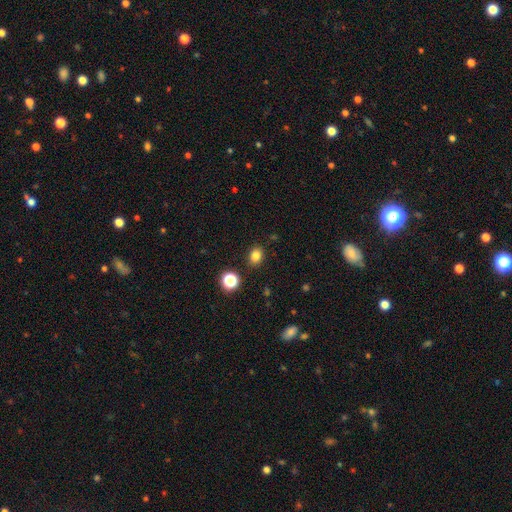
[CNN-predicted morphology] Smooth or featured? Predicted: smooth (p=0.82). How rounded? Predicted: round (p=0.52). Merging? Predicted: none (p=0.88).